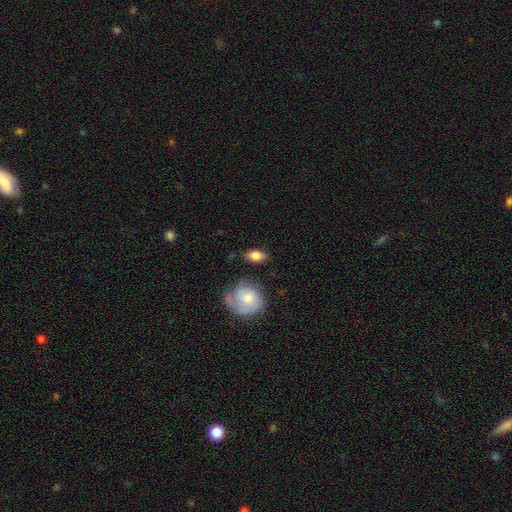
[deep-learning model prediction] Smooth or featured?
  - smooth: 76% *
  - featured or disk: 17%
  - star or artifact: 7%
How rounded?
  - in between: 84% *
  - round: 12%
  - cigar-shaped: 4%
Merging?
  - none: 77% *
  - minor disturbance: 15%
  - merger: 4%
  - major disturbance: 4%